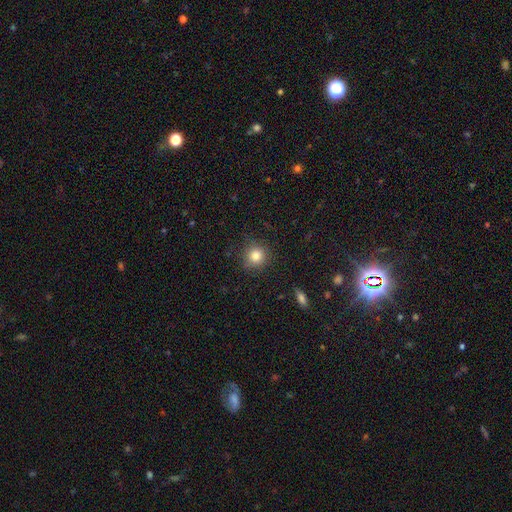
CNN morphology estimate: Smooth or featured?
  - smooth: 82% *
  - star or artifact: 12%
  - featured or disk: 7%
How rounded?
  - round: 93% *
  - in between: 6%
  - cigar-shaped: 1%
Merging?
  - none: 86% *
  - minor disturbance: 10%
  - major disturbance: 3%
  - merger: 1%